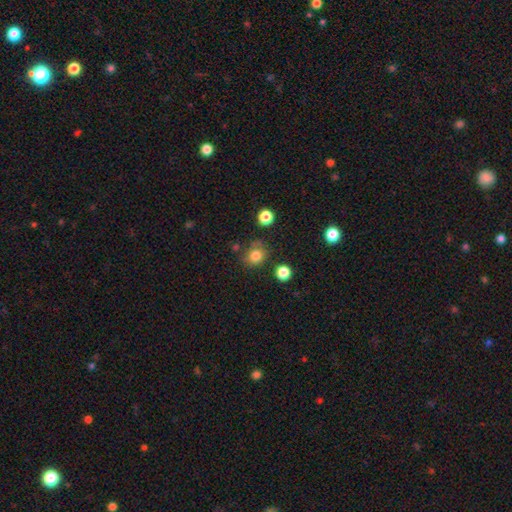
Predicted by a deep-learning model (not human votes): Overall: smooth (80%). How rounded: round (75%). Merging: none (71%).